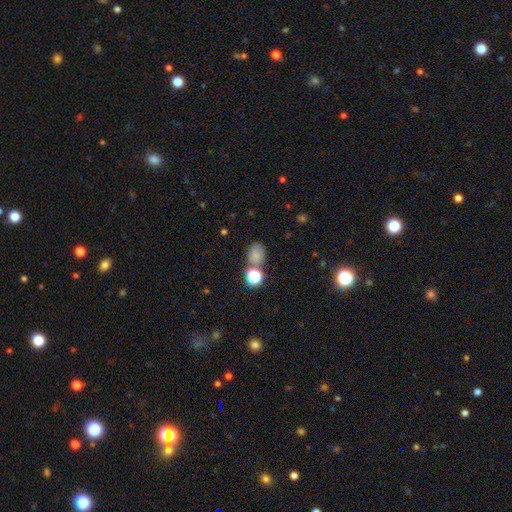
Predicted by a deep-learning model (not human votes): smooth-or-featured: smooth: 70% | star or artifact: 21% | featured or disk: 9%
  how-rounded: in between: 52% | round: 47% | cigar-shaped: 1%
  merging: none: 61% | merger: 19% | minor disturbance: 15% | major disturbance: 5%